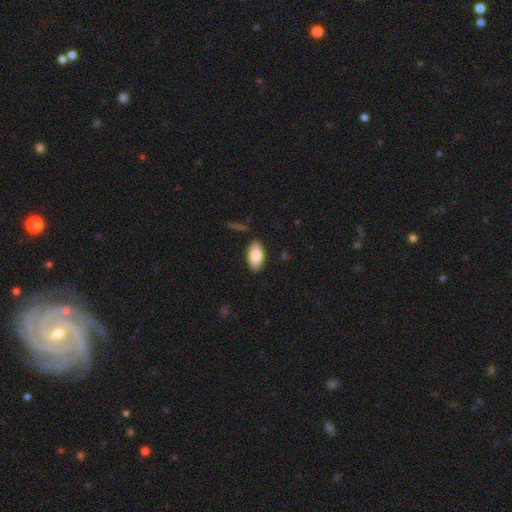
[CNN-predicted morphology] type=smooth (83%); roundness=in between (93%); merging=none (86%).